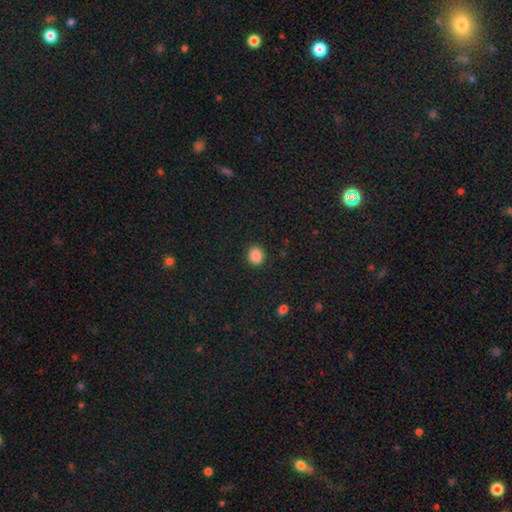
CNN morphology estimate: Smooth or featured: smooth — 87% (star or artifact — 10%)
How rounded: round — 84% (in between — 15%)
Merging: none — 90% (minor disturbance — 6%)